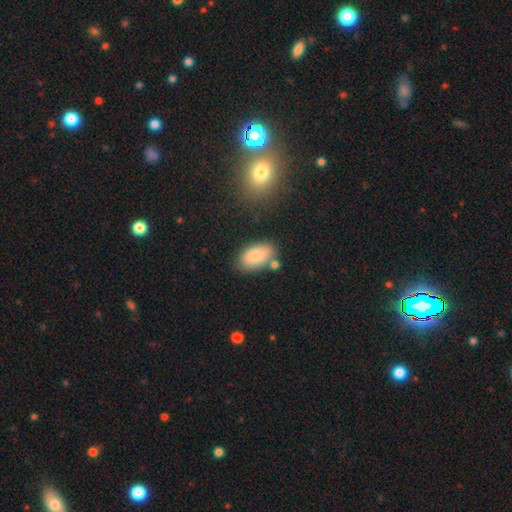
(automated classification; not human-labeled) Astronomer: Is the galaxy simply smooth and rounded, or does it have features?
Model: smooth — 83%.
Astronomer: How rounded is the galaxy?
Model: in between — 93%.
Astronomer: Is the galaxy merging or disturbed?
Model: none — 71%.